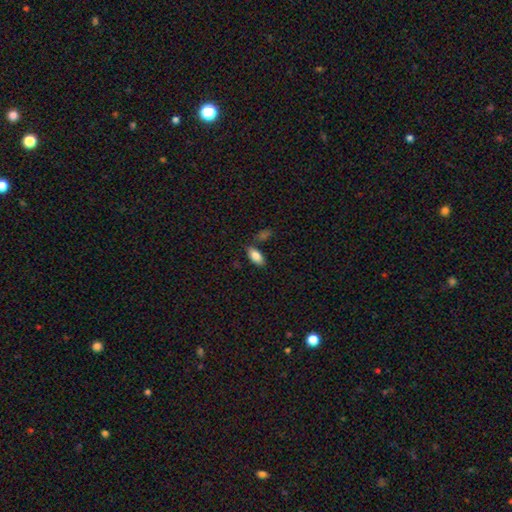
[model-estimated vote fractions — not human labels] Smooth or featured?
  - smooth: 85% *
  - featured or disk: 8%
  - star or artifact: 7%
How rounded?
  - in between: 91% *
  - cigar-shaped: 6%
  - round: 3%
Merging?
  - none: 77% *
  - minor disturbance: 13%
  - merger: 7%
  - major disturbance: 3%